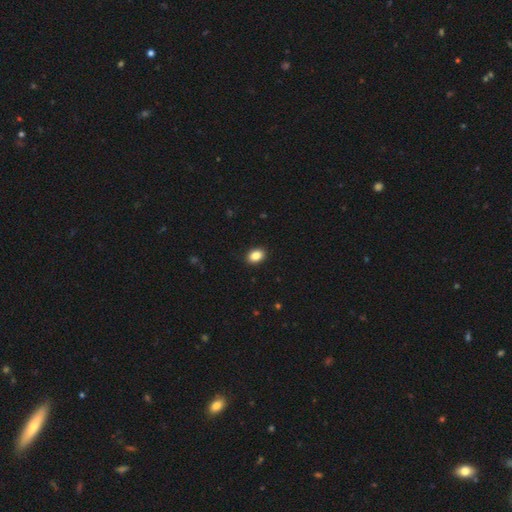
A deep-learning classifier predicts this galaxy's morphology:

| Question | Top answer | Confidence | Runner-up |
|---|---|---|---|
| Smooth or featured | smooth | 86% | star or artifact (9%) |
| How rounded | in between | 77% | round (22%) |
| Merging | none | 91% | minor disturbance (7%) |